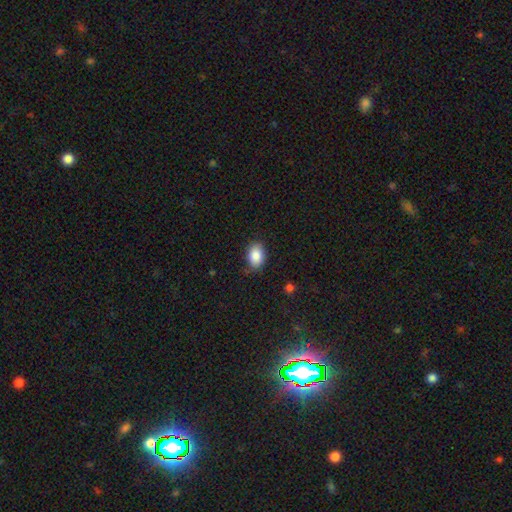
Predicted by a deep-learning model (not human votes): A smooth galaxy with no disk features (87%) that is in between round and cigar-shaped (80%). Merging: none (79%).